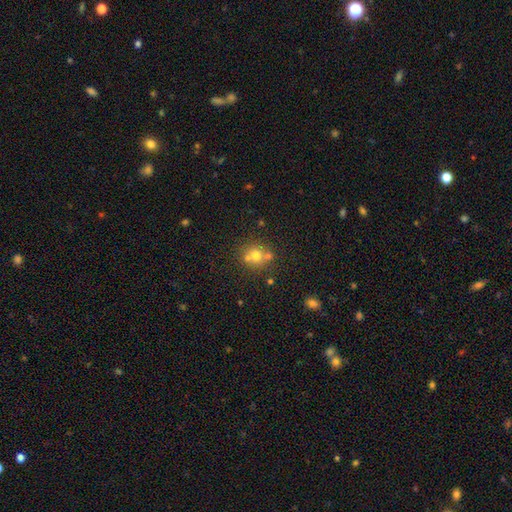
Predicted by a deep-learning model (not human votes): smooth-or-featured: smooth: 65% | featured or disk: 18% | star or artifact: 16%
  how-rounded: round: 84% | in between: 16% | cigar-shaped: 1%
  merging: none: 57% | merger: 30% | minor disturbance: 10% | major disturbance: 4%